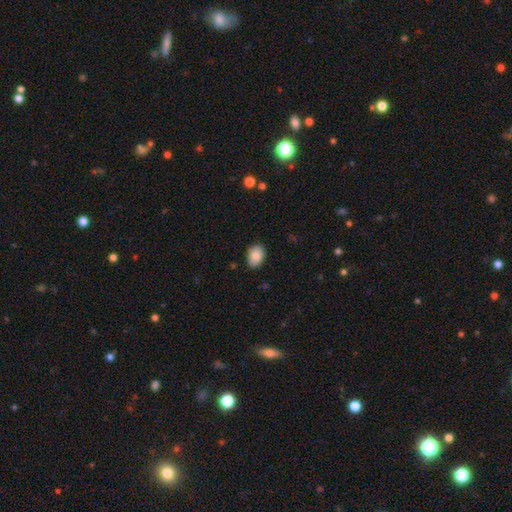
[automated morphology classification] This is clearly a smooth galaxy (87%). How rounded: likely in between (74%). Merging: clearly none (86%).